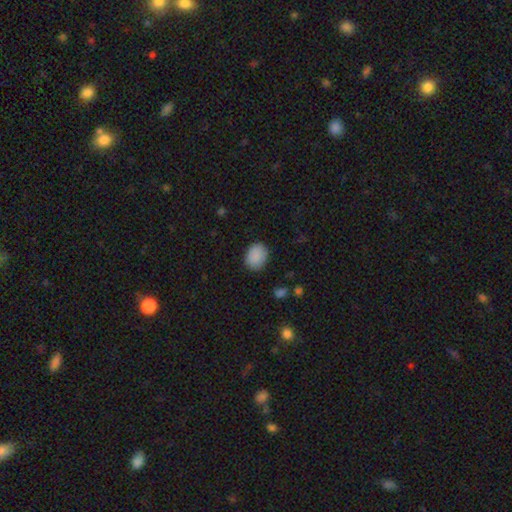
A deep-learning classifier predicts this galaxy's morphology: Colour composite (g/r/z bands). It shows a smooth galaxy with no disk features (89%) that is in between round and cigar-shaped (55%). Merging: none (85%).